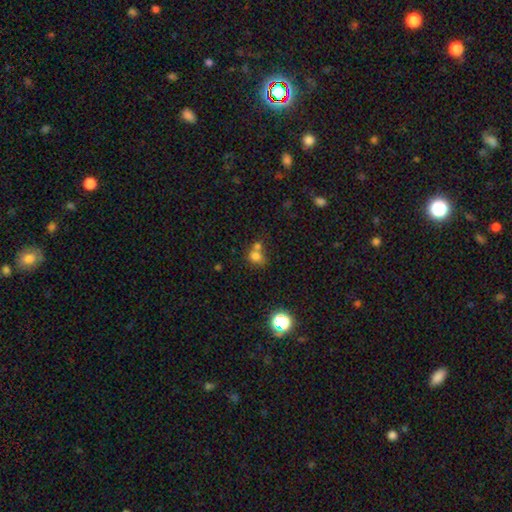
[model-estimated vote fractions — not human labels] smooth 74%, star or artifact 15%, featured or disk 11%. Down the decision tree: how rounded — round (71%); merging — merger (47%).